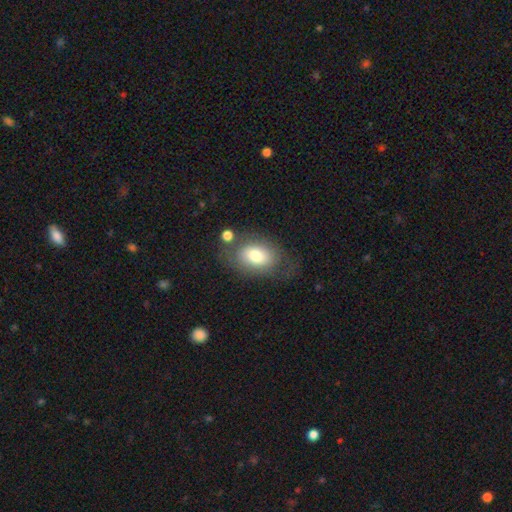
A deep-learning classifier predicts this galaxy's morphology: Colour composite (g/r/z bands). It shows a smooth galaxy with no disk features (73%) that is in between round and cigar-shaped (82%). Merging: none (62%).